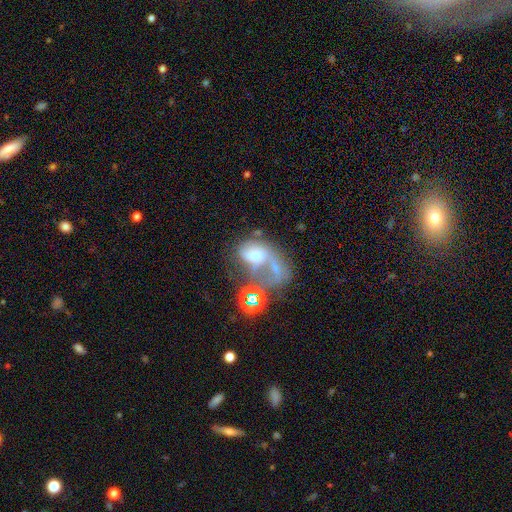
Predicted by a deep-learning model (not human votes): Smooth or featured?
  - featured or disk: 47% *
  - smooth: 35%
  - star or artifact: 18%
Merging?
  - merger: 46% *
  - major disturbance: 32%
  - none: 13%
  - minor disturbance: 9%